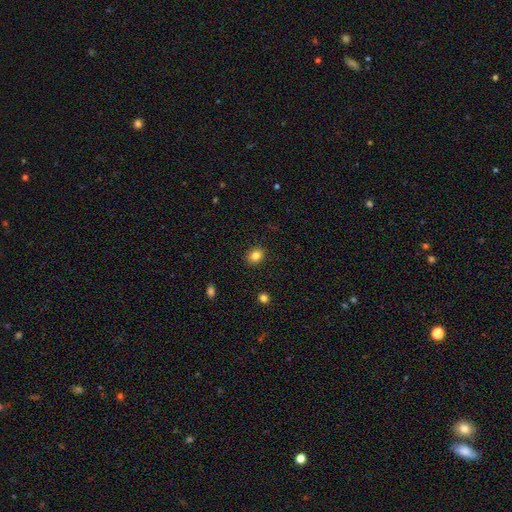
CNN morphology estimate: Smooth or featured?
  - smooth: 83% *
  - star or artifact: 11%
  - featured or disk: 7%
How rounded?
  - round: 54% *
  - in between: 46%
  - cigar-shaped: 1%
Merging?
  - none: 90% *
  - minor disturbance: 7%
  - major disturbance: 2%
  - merger: 1%